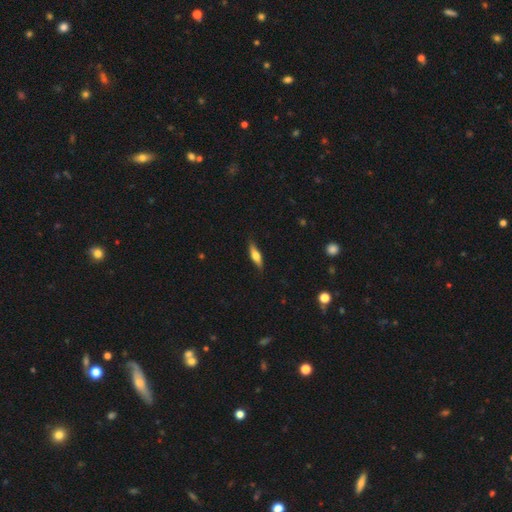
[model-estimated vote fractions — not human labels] This is possibly a smooth galaxy (55%). How rounded: possibly cigar-shaped (56%). Merging: clearly none (82%).